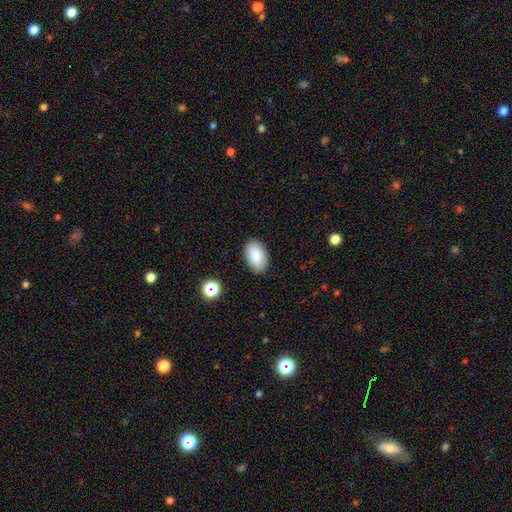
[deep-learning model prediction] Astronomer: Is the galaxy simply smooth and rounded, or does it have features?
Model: smooth — 86%.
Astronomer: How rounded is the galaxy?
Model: in between — 94%.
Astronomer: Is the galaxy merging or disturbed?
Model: none — 87%.